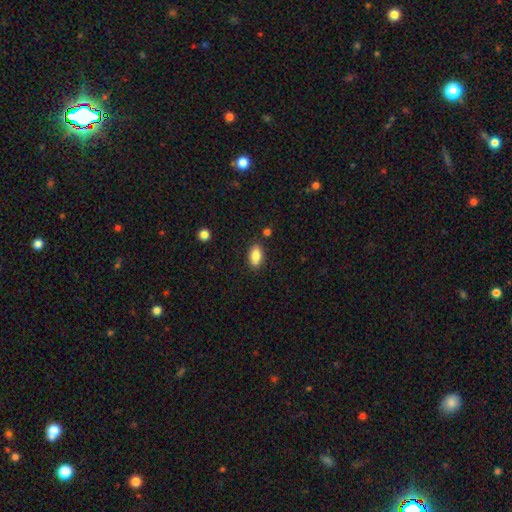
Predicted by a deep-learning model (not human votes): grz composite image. It shows a smooth galaxy with no disk features (86%) that is in between round and cigar-shaped (91%). Merging: none (86%).